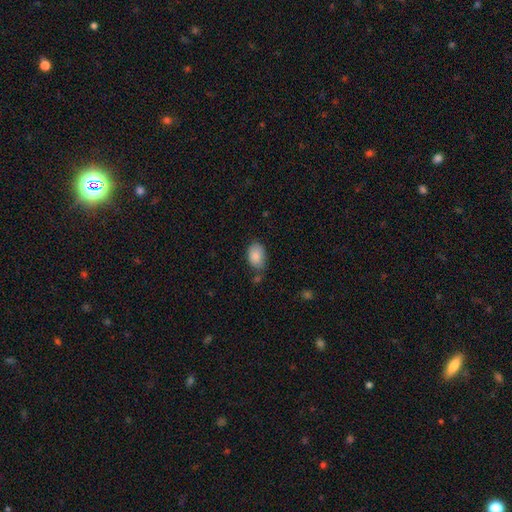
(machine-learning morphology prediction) This is clearly a smooth galaxy (88%). How rounded: clearly in between (87%). Merging: likely none (67%).